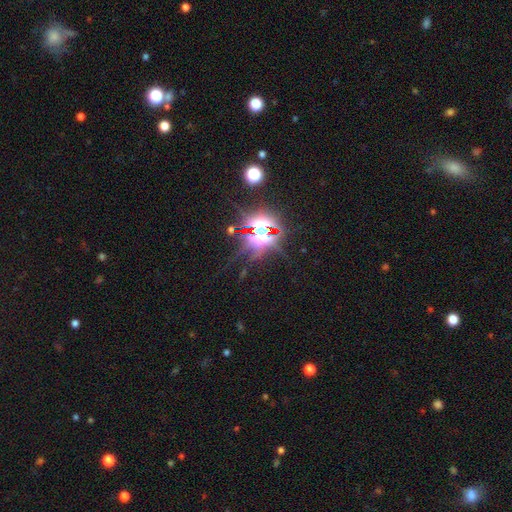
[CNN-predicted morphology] Smooth or featured?
  - star or artifact: 84% *
  - smooth: 9%
  - featured or disk: 7%